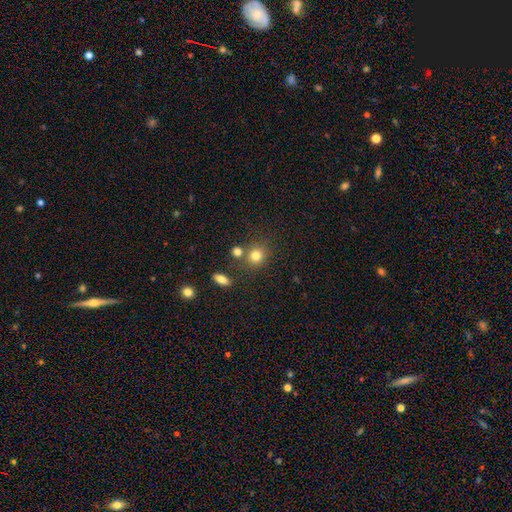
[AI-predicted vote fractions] This appears to be a smooth galaxy with no disk features (80%) that is round (81%). Merging: none (68%).